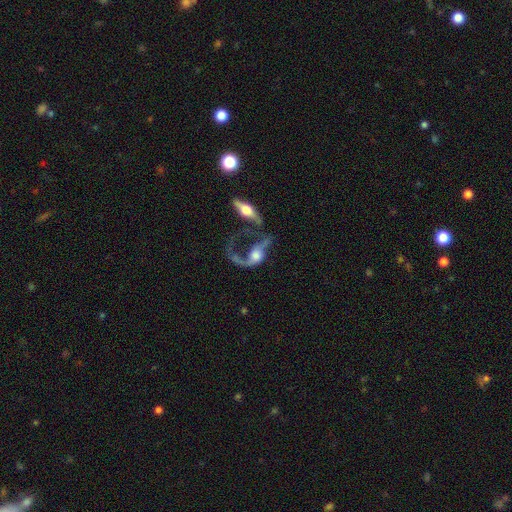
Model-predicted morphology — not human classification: Smooth or featured? Predicted: featured or disk (p=0.71). Edge-on disk? Predicted: no (p=0.87). Bar? Predicted: no (p=0.69). Spiral arms? Predicted: yes (p=0.70). Bulge size? Predicted: moderate (p=0.45). Merging? Predicted: major disturbance (p=0.42).